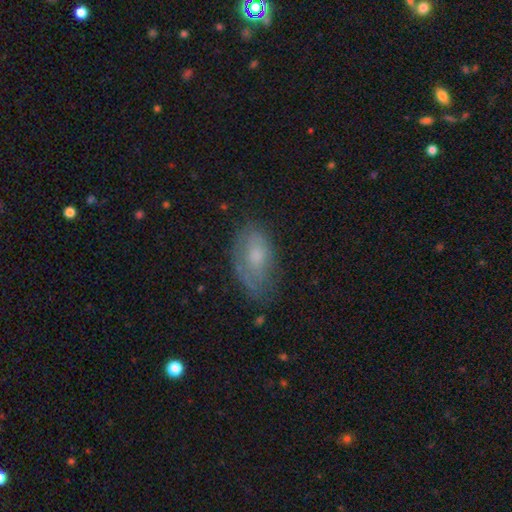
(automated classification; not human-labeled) This is possibly a smooth galaxy (56%). How rounded: clearly in between (91%). Merging: possibly none (55%).